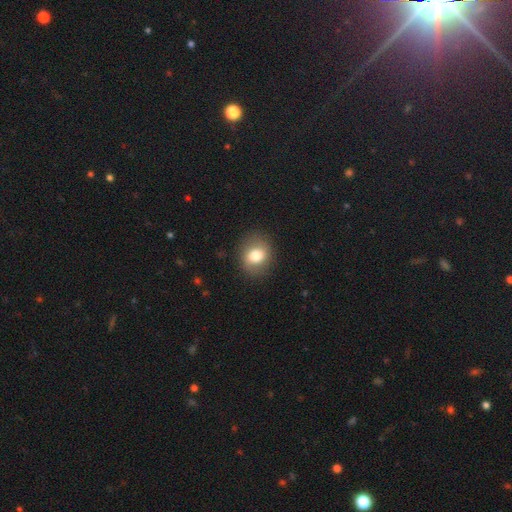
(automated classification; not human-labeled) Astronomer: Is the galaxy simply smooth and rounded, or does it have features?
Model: smooth — 76%.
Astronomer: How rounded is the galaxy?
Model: round — 59% (runner-up: in between, 40%).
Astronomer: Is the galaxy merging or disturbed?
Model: none — 85%.